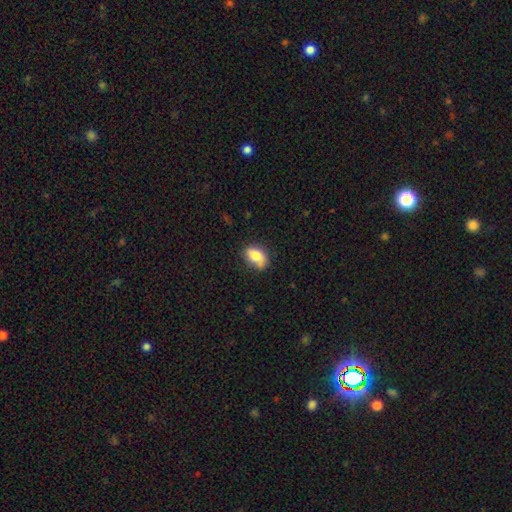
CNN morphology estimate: Smooth or featured? Predicted: smooth (p=0.78). How rounded? Predicted: in between (p=0.82). Merging? Predicted: none (p=0.61).